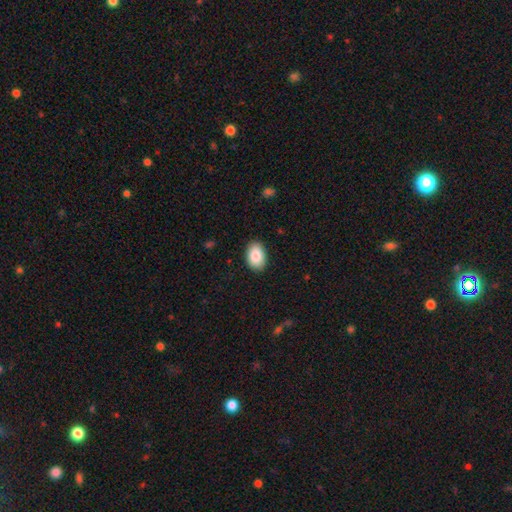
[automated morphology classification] Smooth or featured? smooth (87%)
How rounded? in between (88%)
Merging? none (89%)